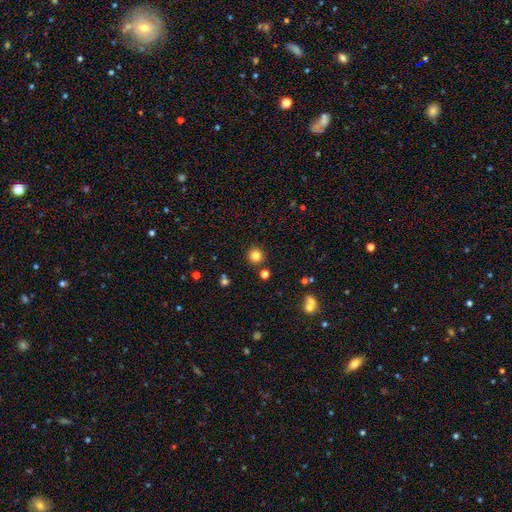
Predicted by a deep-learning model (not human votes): Smooth or featured?
  - smooth: 82% *
  - star or artifact: 13%
  - featured or disk: 5%
How rounded?
  - round: 94% *
  - in between: 5%
  - cigar-shaped: 1%
Merging?
  - none: 88% *
  - minor disturbance: 6%
  - merger: 4%
  - major disturbance: 2%